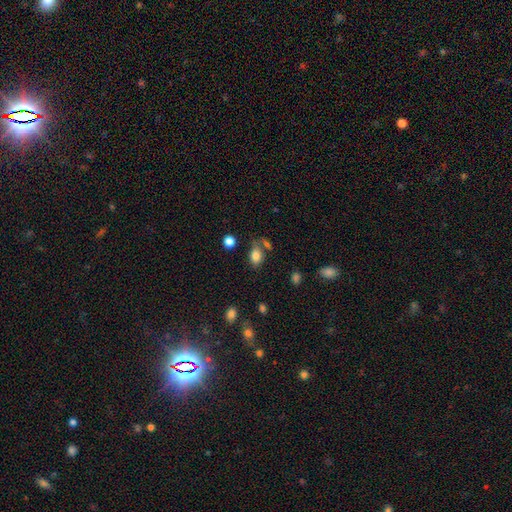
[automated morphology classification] This is clearly a smooth galaxy (82%). How rounded: likely in between (79%). Merging: likely none (63%).